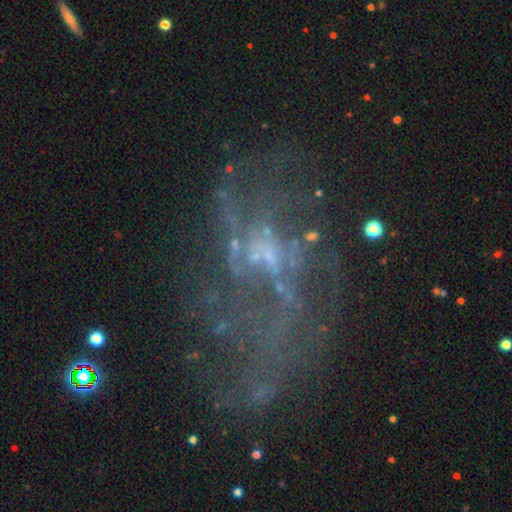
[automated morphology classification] This appears to be a featured or disk galaxy (72%) with no bar (63%), spiral arms (56%) and no central bulge (47%). Merging: none (41%).